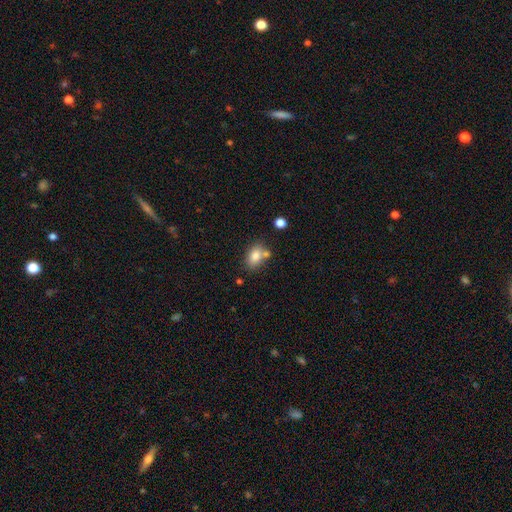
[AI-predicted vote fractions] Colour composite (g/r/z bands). It shows a smooth galaxy with no disk features (80%) that is in between round and cigar-shaped (79%). Merging: none (61%).